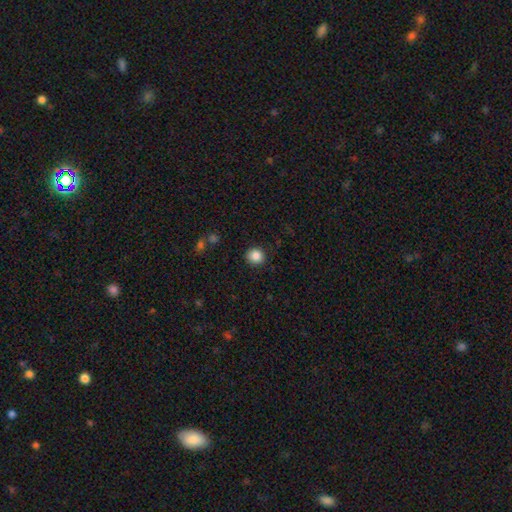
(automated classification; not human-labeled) Smooth or featured: smooth — 87% (star or artifact — 10%)
How rounded: round — 88% (in between — 11%)
Merging: none — 89% (minor disturbance — 7%)